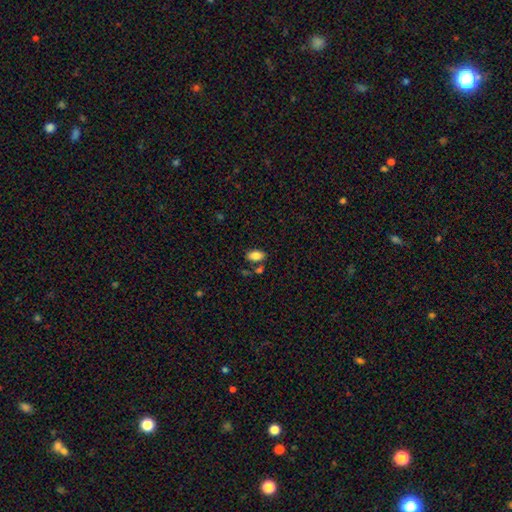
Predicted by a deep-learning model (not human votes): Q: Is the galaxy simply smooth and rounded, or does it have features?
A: smooth — 85%.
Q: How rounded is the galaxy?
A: in between — 92%.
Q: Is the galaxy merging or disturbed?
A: none — 72%.